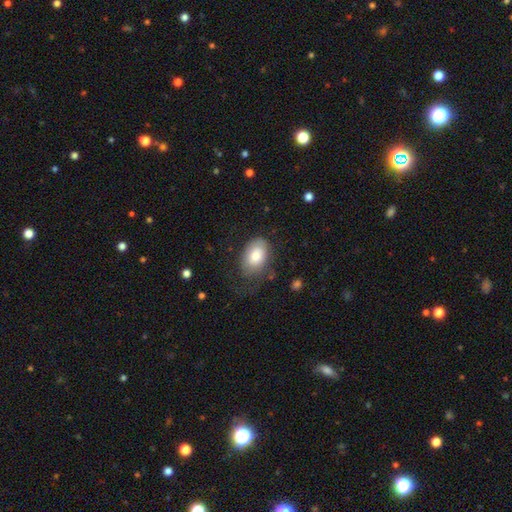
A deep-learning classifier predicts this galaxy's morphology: Smooth or featured? smooth (75%)
How rounded? in between (88%)
Merging? none (53%)